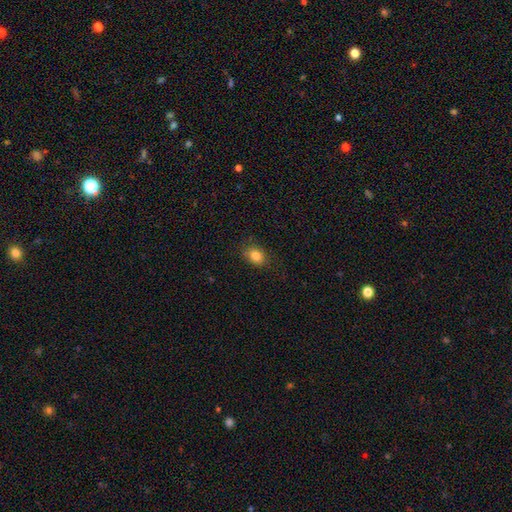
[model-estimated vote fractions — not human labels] Morphology: type=smooth (83%); roundness=in between (68%); merging=none (82%).